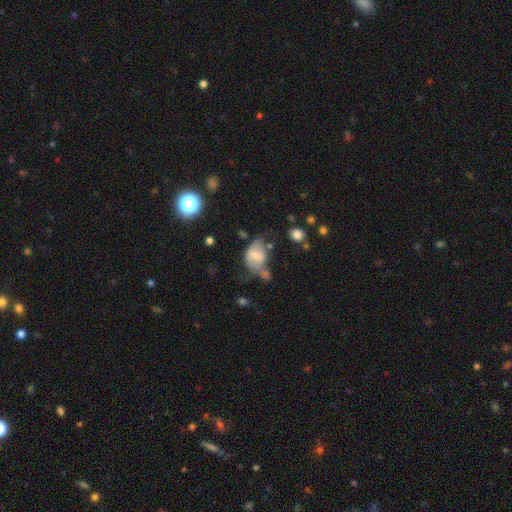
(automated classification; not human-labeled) This appears to be a smooth galaxy with no disk features (59%) that is in between round and cigar-shaped (72%). Merging: none (28%, tied with minor disturbance).